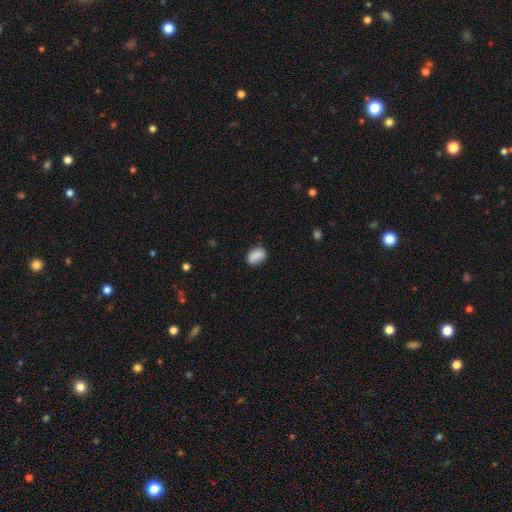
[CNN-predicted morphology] A smooth galaxy with no disk features (86%) that is in between round and cigar-shaped (84%).

Vote fractions:
- Smooth or featured? smooth: 86% / star or artifact: 8% / featured or disk: 6%
- How rounded? in between: 84% / round: 14% / cigar-shaped: 2%
- Merging? none: 76% / minor disturbance: 18% / major disturbance: 4% / merger: 2%